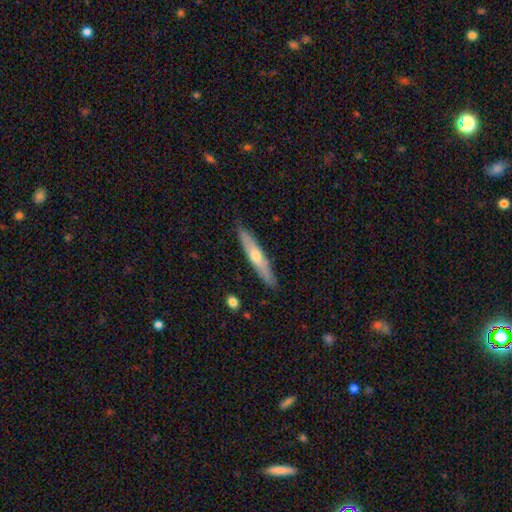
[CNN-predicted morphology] Smooth or featured? featured or disk (49%)
Merging? none (88%)